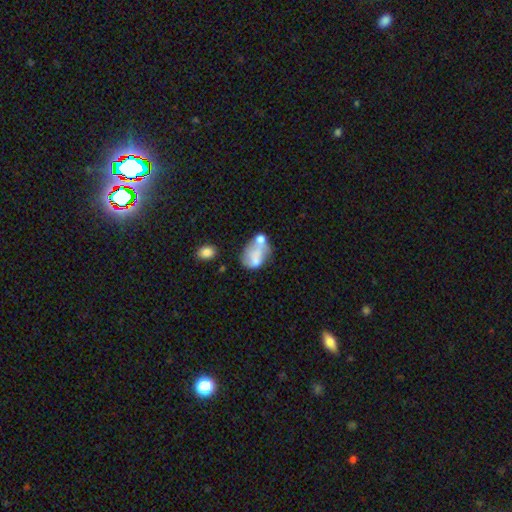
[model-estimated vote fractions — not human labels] A smooth galaxy with no disk features (55%) that is in between round and cigar-shaped (82%). Merging: merger (40%).